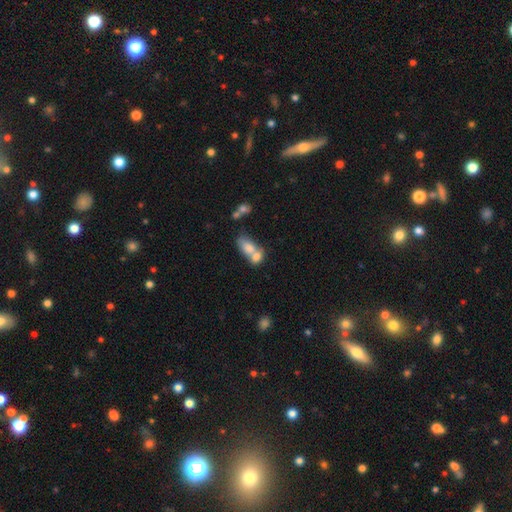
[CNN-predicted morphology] type=smooth (74%); roundness=in between (81%); merging=merger (68%).